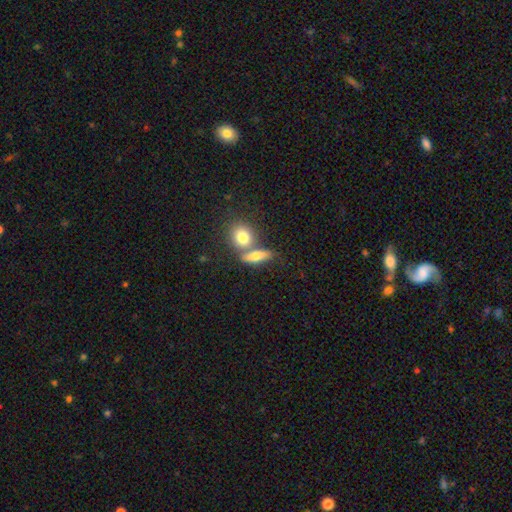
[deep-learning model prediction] Overall: smooth (70%). How rounded: in between (54%; cigar-shaped 24%). Merging: none (48%; merger 38%).